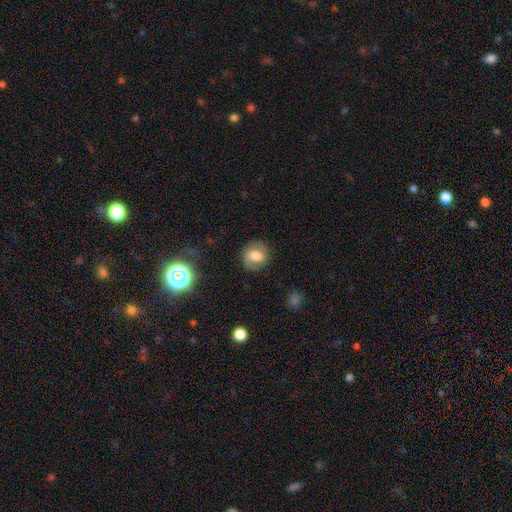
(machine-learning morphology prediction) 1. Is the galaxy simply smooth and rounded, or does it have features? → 49% featured or disk, 42% smooth, 9% star or artifact.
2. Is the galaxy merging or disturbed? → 82% none, 12% minor disturbance, 5% major disturbance, 1% merger.